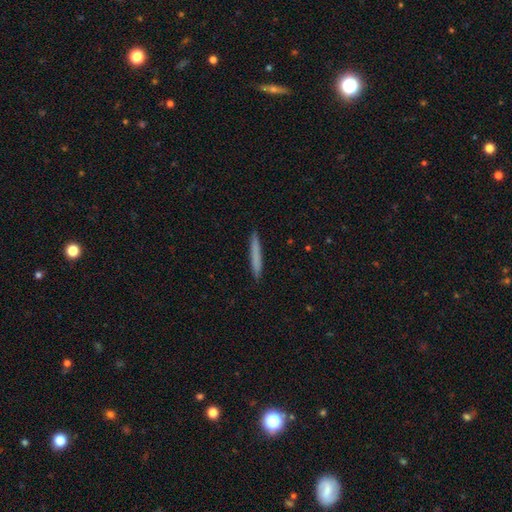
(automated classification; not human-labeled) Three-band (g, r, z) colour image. It shows a smooth galaxy with no disk features (74%) that is cigar-shaped (97%). Merging: none (92%).